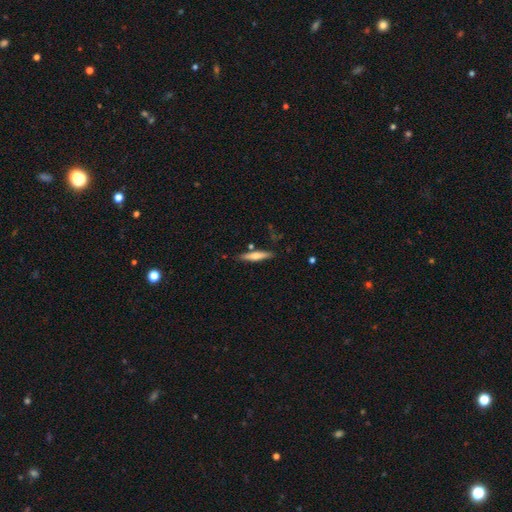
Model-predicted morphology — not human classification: Smooth or featured? smooth (58%)
How rounded? cigar-shaped (86%)
Merging? none (82%)